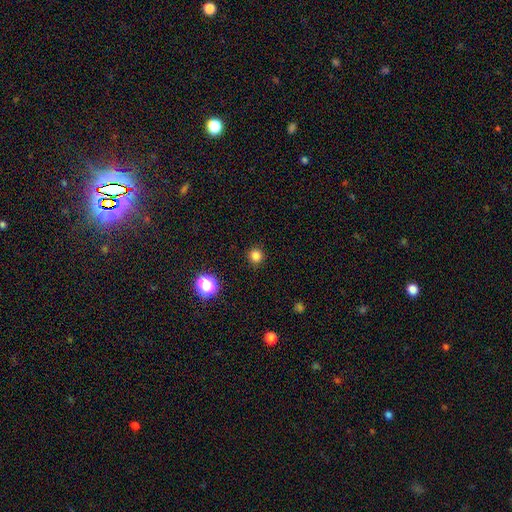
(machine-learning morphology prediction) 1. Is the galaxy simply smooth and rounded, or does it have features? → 82% smooth, 15% star or artifact, 3% featured or disk.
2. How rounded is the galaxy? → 94% round, 5% in between, 1% cigar-shaped.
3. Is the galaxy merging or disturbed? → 91% none, 6% minor disturbance, 2% major disturbance, 1% merger.